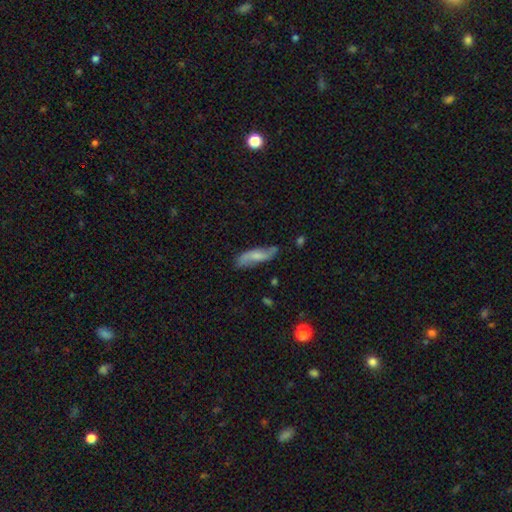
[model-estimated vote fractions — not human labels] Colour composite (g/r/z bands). It shows a smooth galaxy with no disk features (49%). Merging: none (71%).